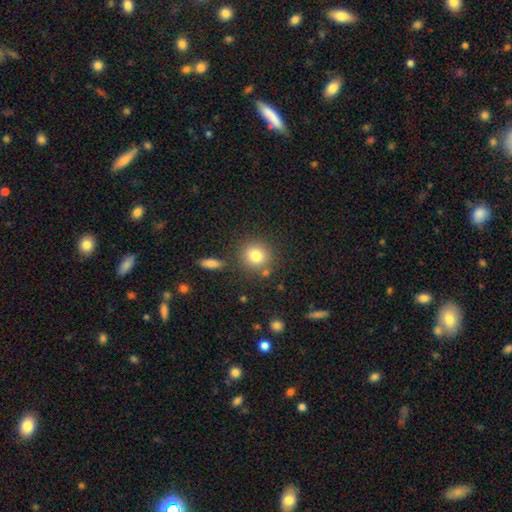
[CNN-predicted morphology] smooth_or_featured: smooth (p=0.81) [alt: star or artifact p=0.10]
how_rounded: round (p=0.87) [alt: in between p=0.12]
merging: none (p=0.78) [alt: minor disturbance p=0.10]